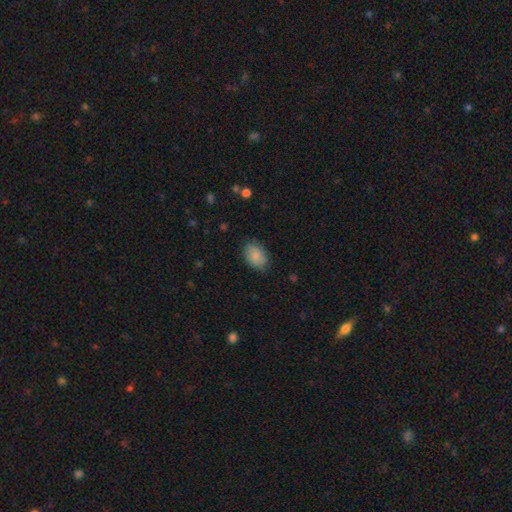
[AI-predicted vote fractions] Overall: smooth (86%). How rounded: in between (82%). Merging: none (82%).